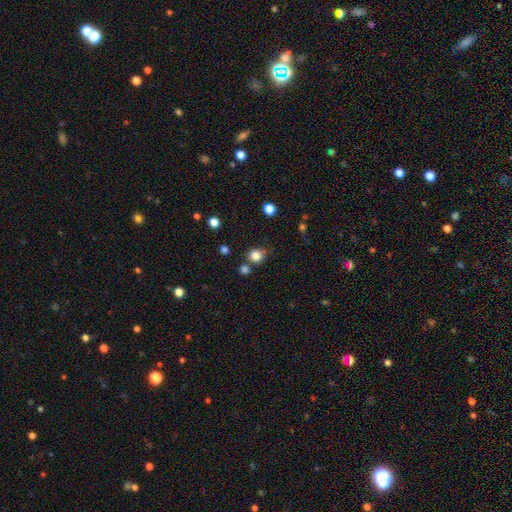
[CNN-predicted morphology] Smooth or featured? Predicted: smooth (p=0.83). How rounded? Predicted: round (p=0.83). Merging? Predicted: none (p=0.74).